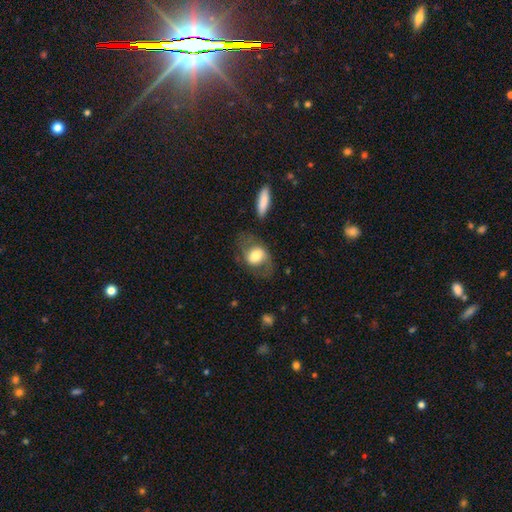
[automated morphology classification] type=smooth (56%); roundness=in between (66%); merging=none (57%).